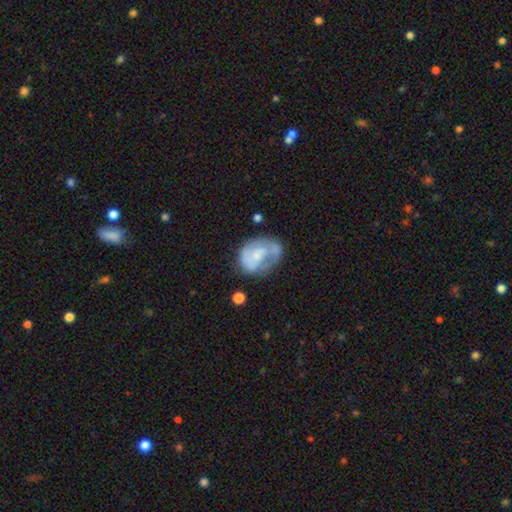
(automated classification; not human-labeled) The model was most divided on "bulge size": small: 43%, moderate: 32%, none: 18%, large: 5%, dominant: 1%. Remaining: edge-on disk — no (97%); bar — no (66%); spiral arms — yes (57%); smooth or featured — featured or disk (56%); merging — none (45%).